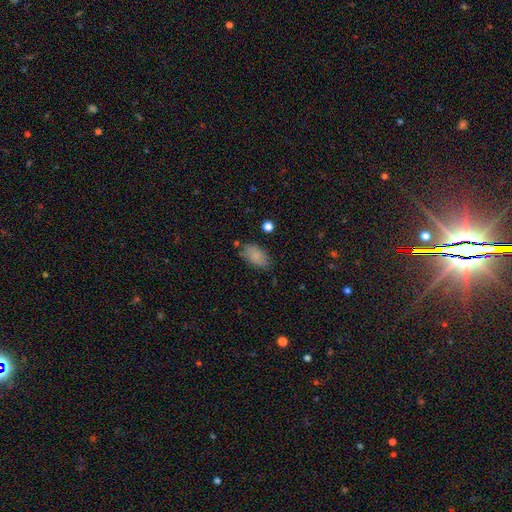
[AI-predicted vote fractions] smooth_or_featured: smooth (p=0.83) [alt: featured or disk p=0.09]
how_rounded: in between (p=0.93) [alt: round p=0.04]
merging: none (p=0.73) [alt: minor disturbance p=0.19]